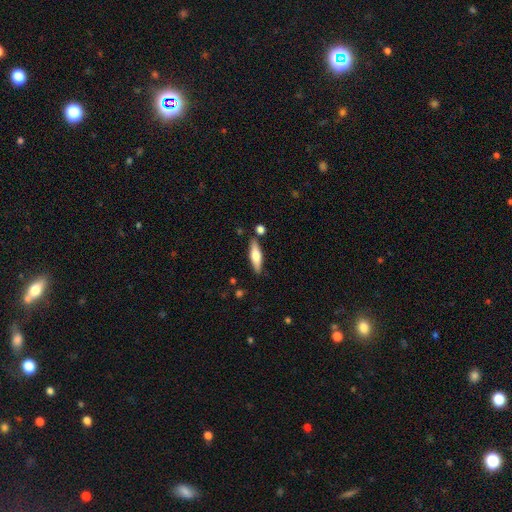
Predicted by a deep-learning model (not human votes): Overall: smooth (59%; featured or disk 35%). How rounded: cigar-shaped (60%; in between 38%). Merging: none (82%).